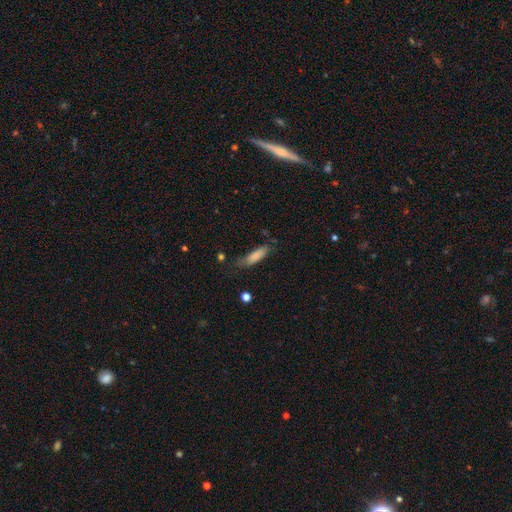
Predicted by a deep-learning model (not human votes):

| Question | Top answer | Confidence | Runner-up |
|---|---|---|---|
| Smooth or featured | smooth | 82% | featured or disk (11%) |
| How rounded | cigar-shaped | 57% | in between (41%) |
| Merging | none | 60% | minor disturbance (28%) |